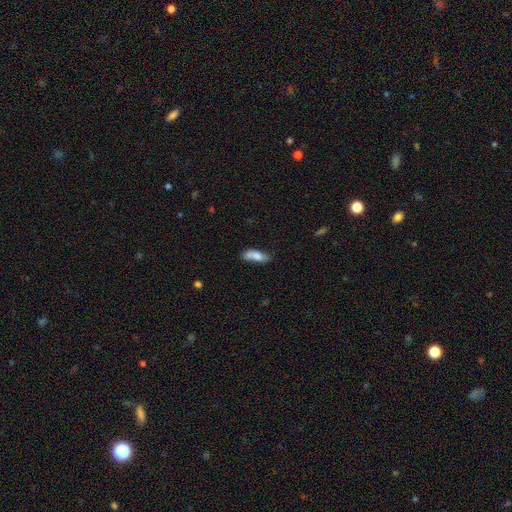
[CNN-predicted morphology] smooth-or-featured: smooth: 77% | featured or disk: 16% | star or artifact: 7%
  how-rounded: in between: 68% | cigar-shaped: 29% | round: 2%
  merging: none: 58% | minor disturbance: 27% | merger: 8% | major disturbance: 7%